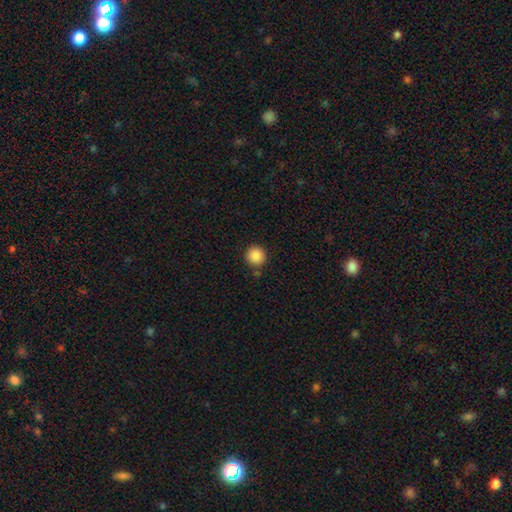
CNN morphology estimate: smooth-or-featured: smooth: 88% | star or artifact: 9% | featured or disk: 3%
  how-rounded: round: 94% | in between: 5% | cigar-shaped: 1%
  merging: none: 87% | minor disturbance: 8% | merger: 3% | major disturbance: 2%